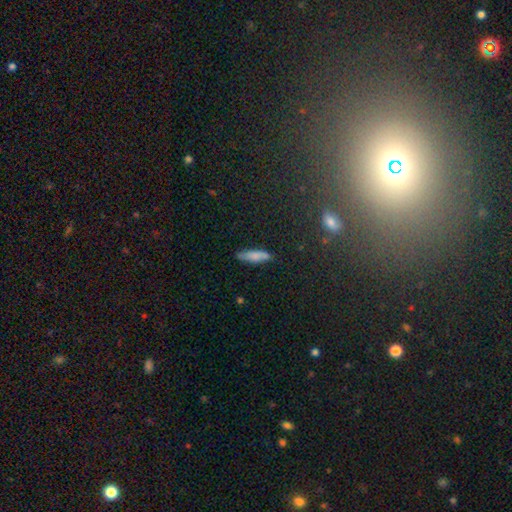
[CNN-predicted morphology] Smooth or featured? smooth (76%)
How rounded? cigar-shaped (64%)
Merging? none (78%)